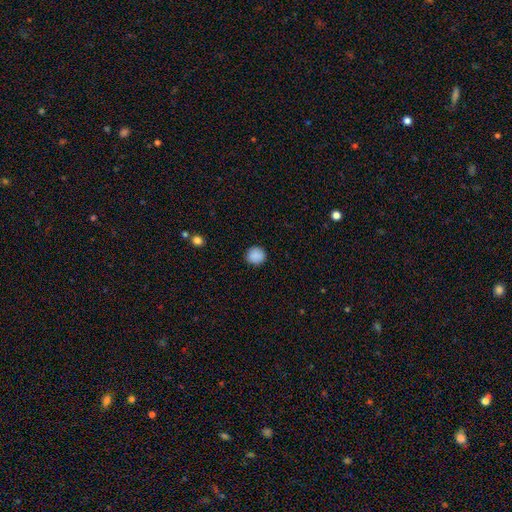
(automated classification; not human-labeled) Smooth or featured? Predicted: smooth (p=0.89). How rounded? Predicted: round (p=0.91). Merging? Predicted: none (p=0.90).